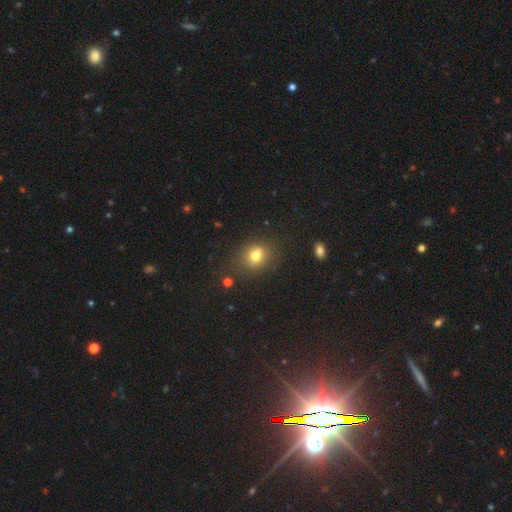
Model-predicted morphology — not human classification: This is likely a smooth galaxy (71%). How rounded: likely round (62%). Merging: likely none (69%).